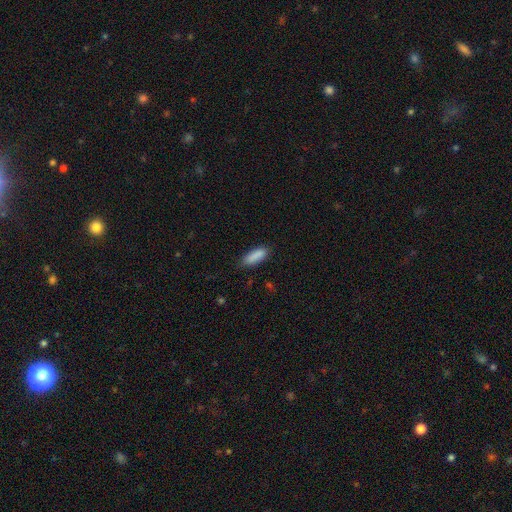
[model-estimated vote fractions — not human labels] Smooth or featured?
  - smooth: 88% *
  - star or artifact: 7%
  - featured or disk: 5%
How rounded?
  - in between: 60% *
  - cigar-shaped: 38%
  - round: 2%
Merging?
  - none: 83% *
  - minor disturbance: 13%
  - major disturbance: 3%
  - merger: 1%